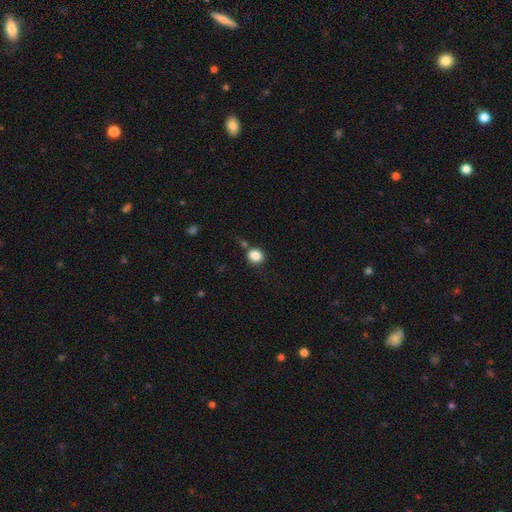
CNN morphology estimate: Q: Smooth or featured?
A: smooth (85%); runner-up: star or artifact (10%)
Q: How rounded?
A: round (75%); runner-up: in between (24%)
Q: Merging?
A: none (67%); runner-up: minor disturbance (16%)